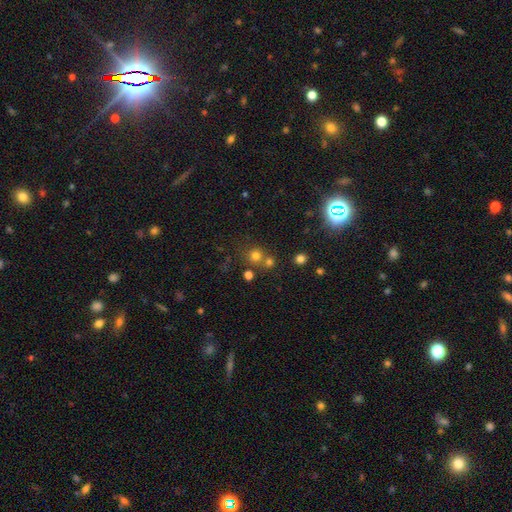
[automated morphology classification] type=smooth (70%); roundness=round (90%); merging=none (64%).